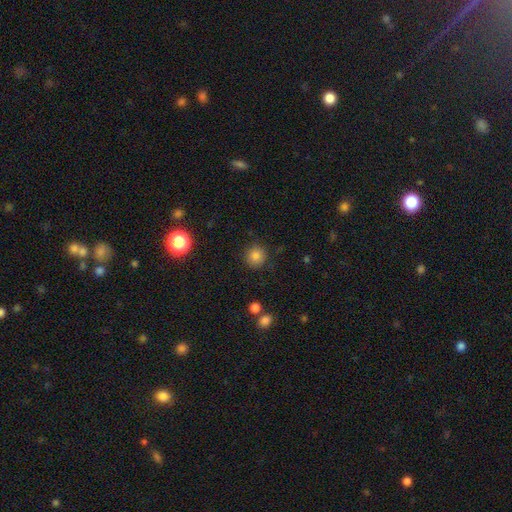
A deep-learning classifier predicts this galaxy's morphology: smooth_or_featured: smooth (p=0.82) [alt: star or artifact p=0.12]
how_rounded: round (p=0.92) [alt: in between p=0.07]
merging: none (p=0.88) [alt: minor disturbance p=0.08]